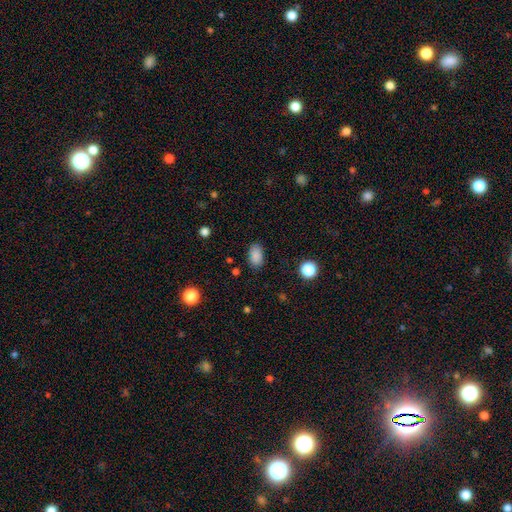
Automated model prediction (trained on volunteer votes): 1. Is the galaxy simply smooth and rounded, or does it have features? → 85% smooth, 10% star or artifact, 5% featured or disk.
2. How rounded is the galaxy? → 88% in between, 10% round, 1% cigar-shaped.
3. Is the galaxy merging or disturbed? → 83% none, 12% minor disturbance, 3% major disturbance, 2% merger.